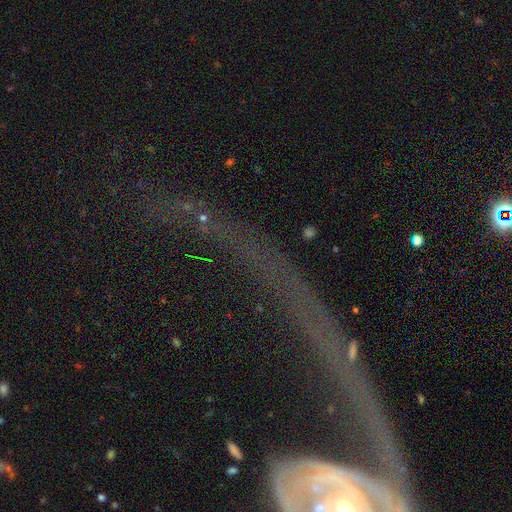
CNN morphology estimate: type=featured or disk (51%); edge-on=no (72%); merging=none (36%).